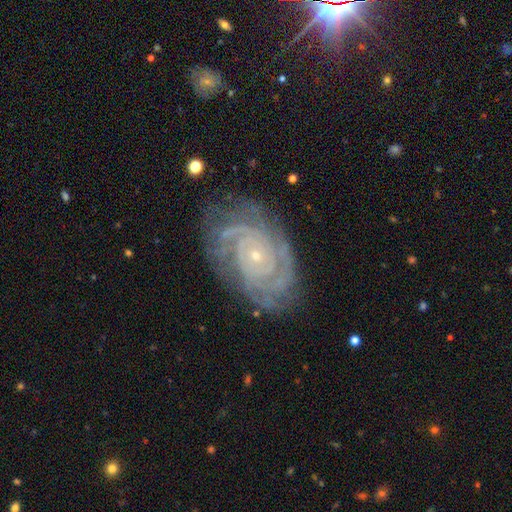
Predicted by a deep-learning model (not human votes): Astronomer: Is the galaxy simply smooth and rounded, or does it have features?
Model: featured or disk — 90%.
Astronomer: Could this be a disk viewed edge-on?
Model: no — 97%.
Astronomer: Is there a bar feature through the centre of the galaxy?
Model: no — 79%.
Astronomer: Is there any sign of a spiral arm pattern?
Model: yes — 98%.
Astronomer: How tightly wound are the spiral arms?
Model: tight — 80%.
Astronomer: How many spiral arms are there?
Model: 2 — 27% (runner-up: 3, 22%).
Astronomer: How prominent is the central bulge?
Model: small — 85%.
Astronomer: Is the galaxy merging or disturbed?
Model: none — 77%.